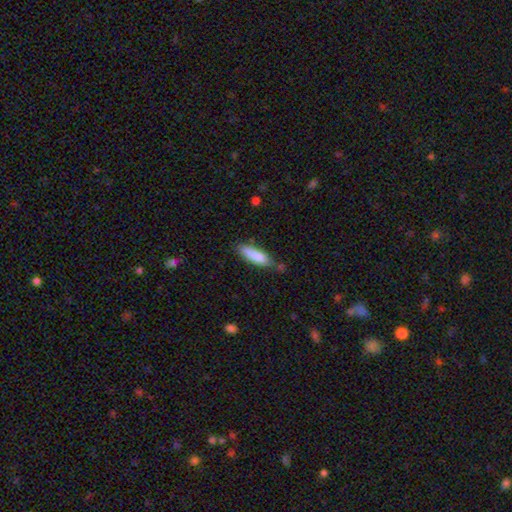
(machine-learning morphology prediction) This appears to be a smooth galaxy with no disk features (83%) that is cigar-shaped (64%). Merging: none (65%).